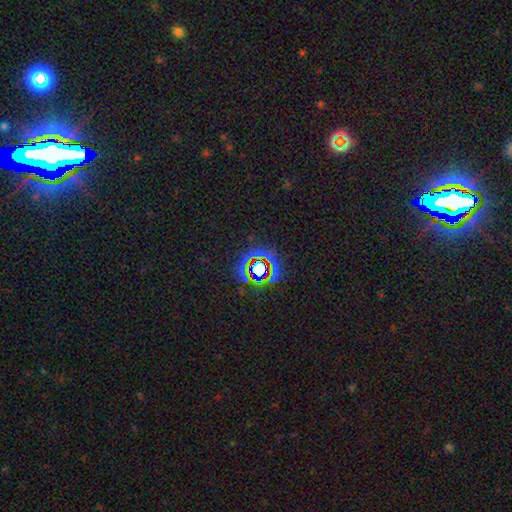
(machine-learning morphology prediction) Smooth or featured? star or artifact (68%)